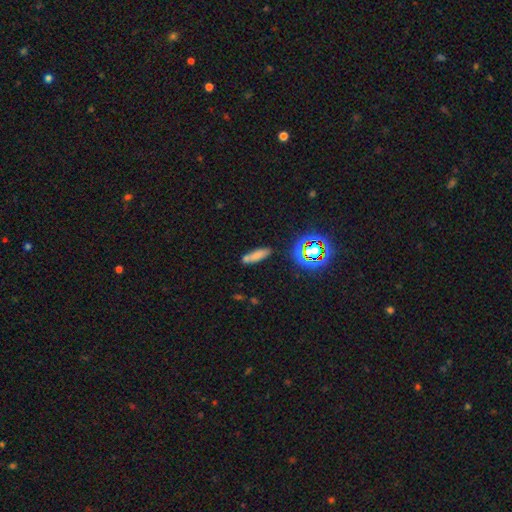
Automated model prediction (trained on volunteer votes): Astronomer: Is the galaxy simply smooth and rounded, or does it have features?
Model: smooth — 70%.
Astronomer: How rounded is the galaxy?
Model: cigar-shaped — 58% (runner-up: in between, 38%).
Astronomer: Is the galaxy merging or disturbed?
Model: none — 66%.